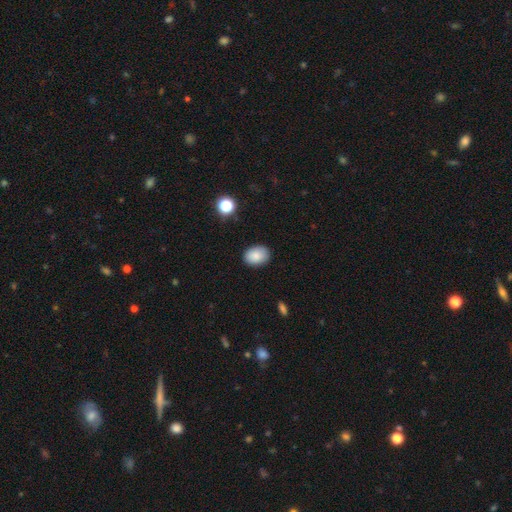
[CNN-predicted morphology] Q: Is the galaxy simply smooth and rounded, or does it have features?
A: smooth — 87%.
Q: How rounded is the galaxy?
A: in between — 73%.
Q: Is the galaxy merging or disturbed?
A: none — 86%.